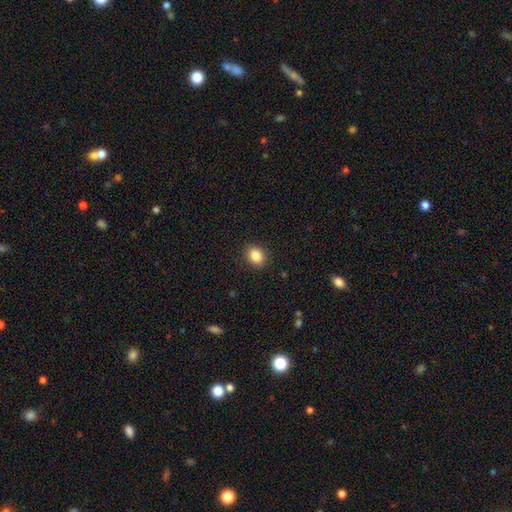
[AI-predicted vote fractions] Smooth or featured?
  - smooth: 86% *
  - star or artifact: 10%
  - featured or disk: 5%
How rounded?
  - round: 52% *
  - in between: 47%
  - cigar-shaped: 1%
Merging?
  - none: 89% *
  - minor disturbance: 8%
  - major disturbance: 2%
  - merger: 1%